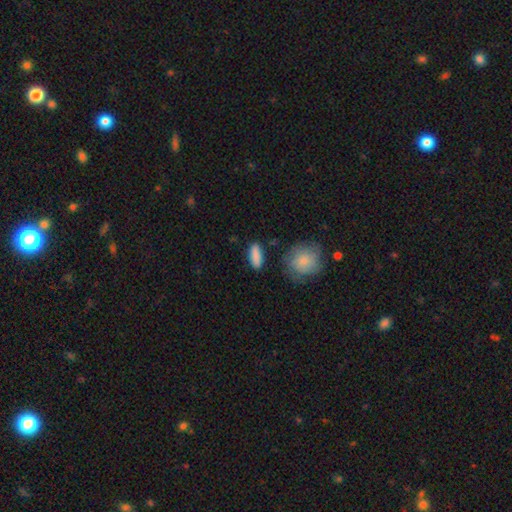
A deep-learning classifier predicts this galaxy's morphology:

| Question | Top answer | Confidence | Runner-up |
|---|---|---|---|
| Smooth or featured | smooth | 88% | star or artifact (6%) |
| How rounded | in between | 62% | cigar-shaped (34%) |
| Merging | none | 83% | minor disturbance (11%) |